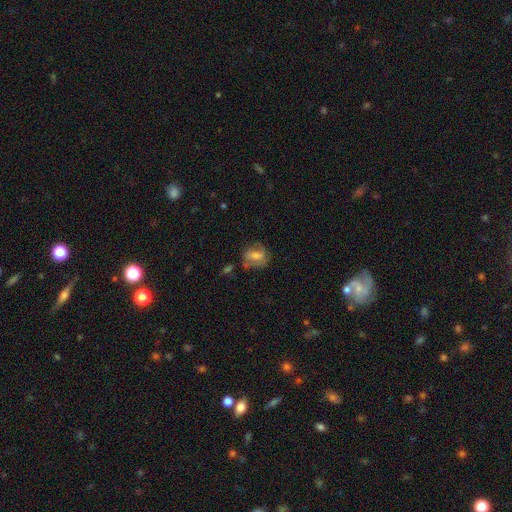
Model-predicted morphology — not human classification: smooth_or_featured: featured or disk (p=0.46) [alt: smooth p=0.45]
merging: none (p=0.56) [alt: minor disturbance p=0.24]